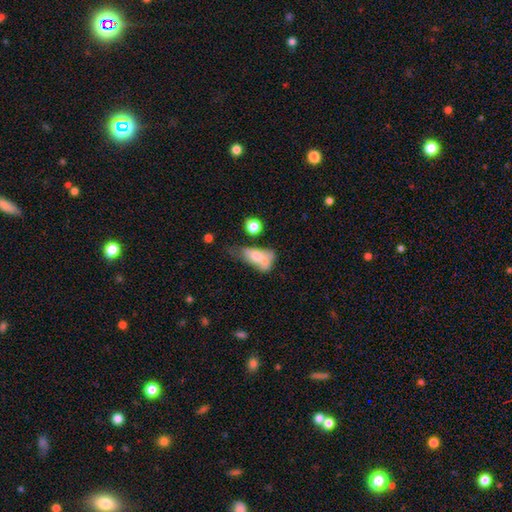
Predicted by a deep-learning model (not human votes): Smooth or featured? Predicted: smooth (p=0.58). How rounded? Predicted: in between (p=0.77). Merging? Predicted: merger (p=0.42).